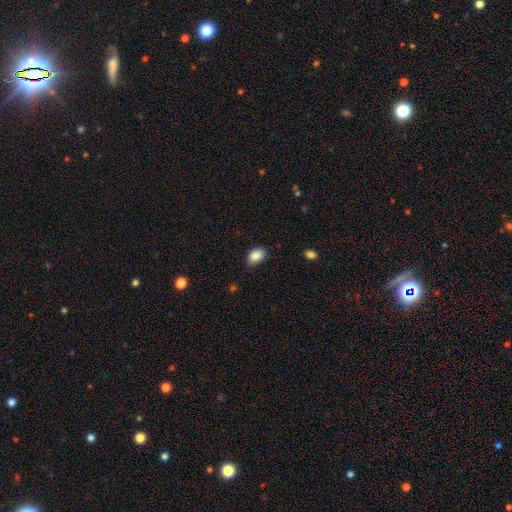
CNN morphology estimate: The model was most divided on "merging": none: 78%, minor disturbance: 18%, major disturbance: 3%, merger: 1%. More confident: smooth or featured — smooth (88%); how rounded — in between (80%).